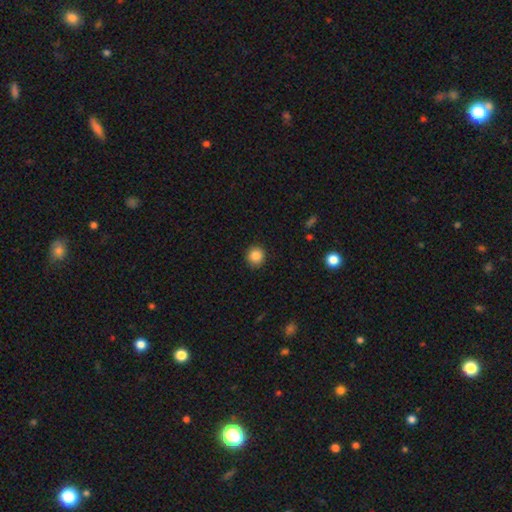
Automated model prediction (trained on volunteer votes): smooth-or-featured: smooth: 86% | star or artifact: 10% | featured or disk: 4%
  how-rounded: round: 89% | in between: 10% | cigar-shaped: 1%
  merging: none: 91% | minor disturbance: 6% | major disturbance: 2% | merger: 1%